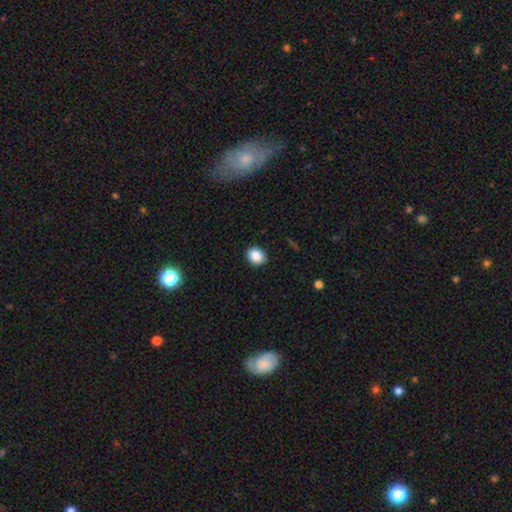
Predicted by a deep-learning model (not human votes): The model was most divided on "how rounded": round: 55%, in between: 44%, cigar-shaped: 1%. More confident: merging — none (90%); smooth or featured — smooth (88%).